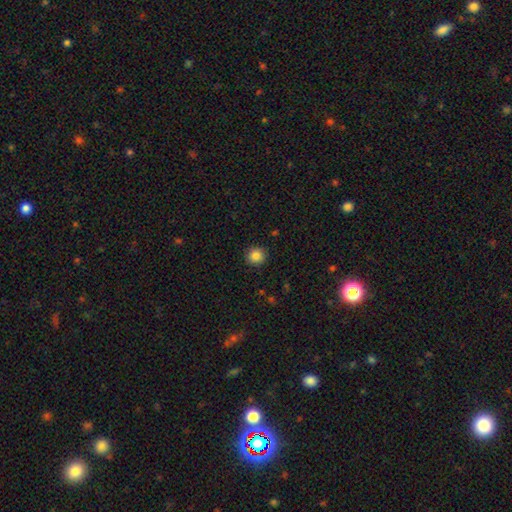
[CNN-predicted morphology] Smooth or featured?
  - smooth: 84% *
  - star or artifact: 10%
  - featured or disk: 6%
How rounded?
  - round: 92% *
  - in between: 8%
  - cigar-shaped: 1%
Merging?
  - none: 91% *
  - minor disturbance: 6%
  - major disturbance: 2%
  - merger: 1%